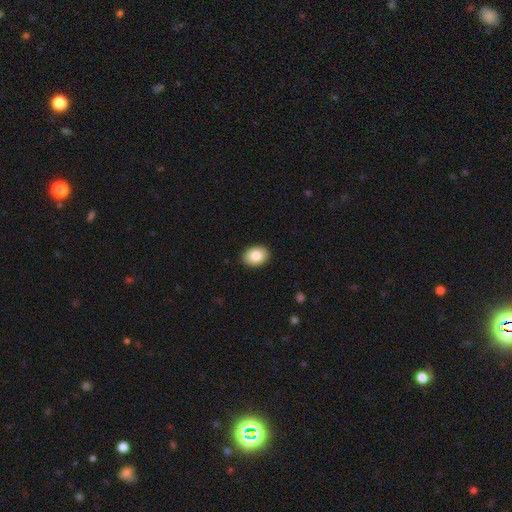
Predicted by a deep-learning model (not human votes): Q: Smooth or featured?
A: smooth (85%); runner-up: star or artifact (8%)
Q: How rounded?
A: in between (65%); runner-up: round (34%)
Q: Merging?
A: none (91%); runner-up: minor disturbance (7%)